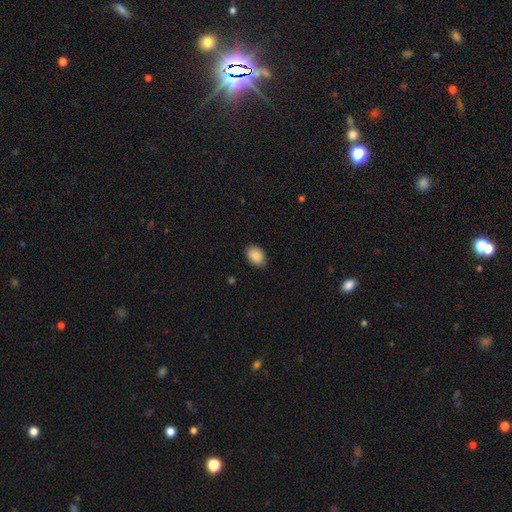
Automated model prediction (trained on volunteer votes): This is clearly a smooth galaxy (90%). How rounded: clearly in between (82%). Merging: clearly none (86%).